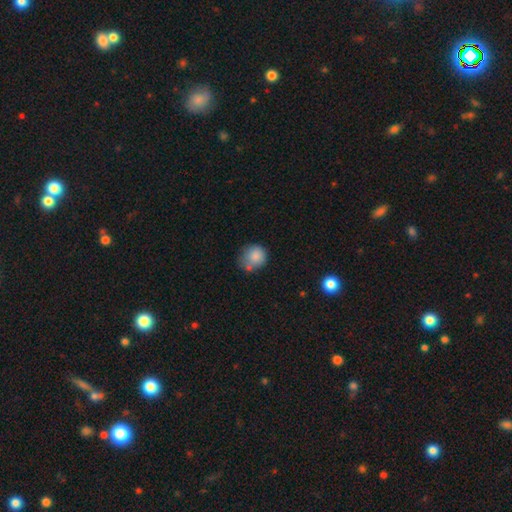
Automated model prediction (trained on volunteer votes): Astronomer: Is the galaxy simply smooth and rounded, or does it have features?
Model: smooth — 84%.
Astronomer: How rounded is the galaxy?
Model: round — 83%.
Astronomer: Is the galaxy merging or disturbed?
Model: none — 57%.